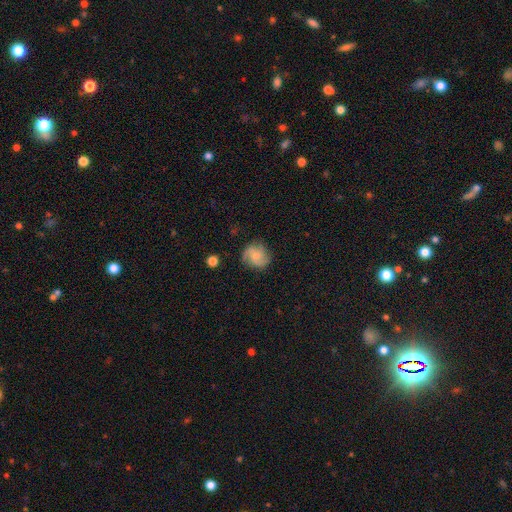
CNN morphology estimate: Smooth or featured: featured or disk — 52% (smooth — 40%)
Edge-on disk: no — 97% (yes — 3%)
Bar: no — 67% (weak — 29%)
Spiral arms: yes — 90% (no — 10%)
Bulge size: small — 51% (moderate — 34%)
Merging: none — 75% (minor disturbance — 18%)